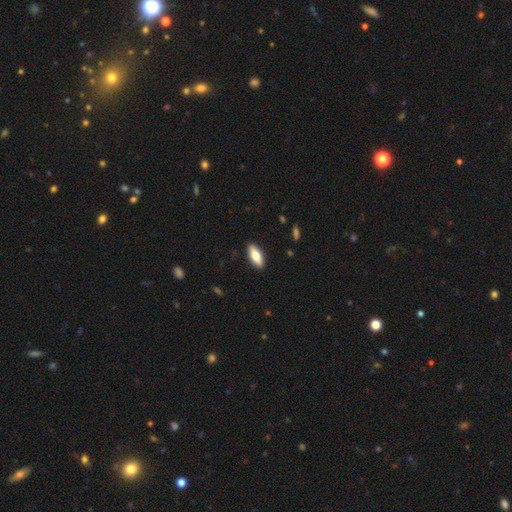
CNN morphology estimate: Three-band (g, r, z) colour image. It shows a smooth galaxy with no disk features (73%) that is in between round and cigar-shaped (73%). Merging: none (90%).